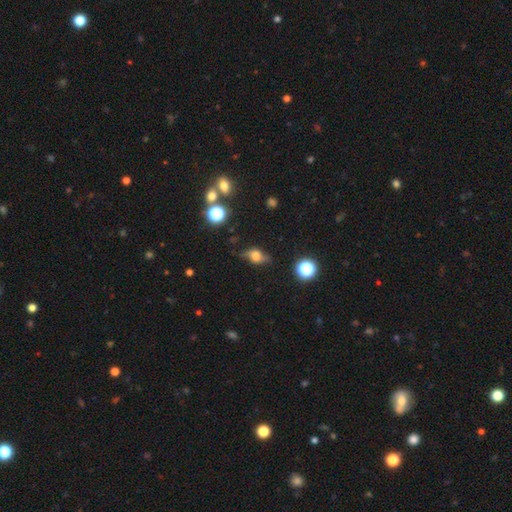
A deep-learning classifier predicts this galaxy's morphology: Smooth or featured? Predicted: smooth (p=0.46). Merging? Predicted: none (p=0.65).